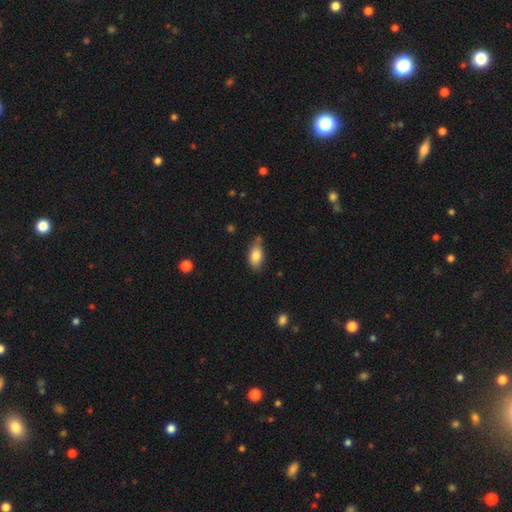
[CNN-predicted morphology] Overall: smooth (82%). How rounded: in between (90%). Merging: none (68%).